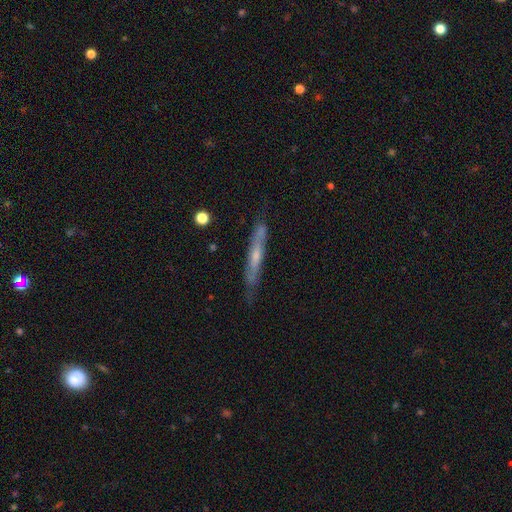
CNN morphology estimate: Overall: featured or disk (62%; smooth 31%). Edge-on disk: yes (82%). Edge-on bulge: rounded (50%; none 44%). Merging: none (72%).